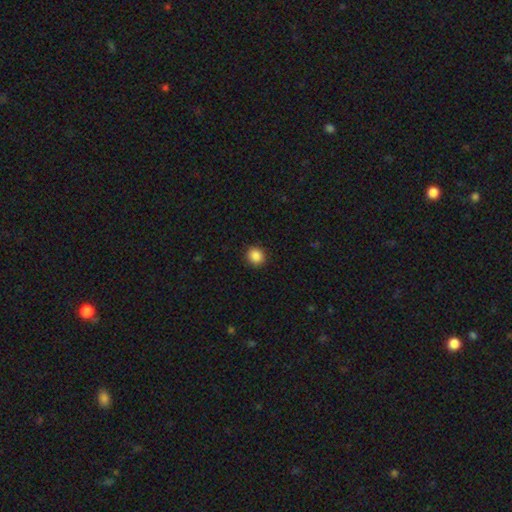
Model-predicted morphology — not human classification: smooth 87%, star or artifact 10%, featured or disk 3%. Down the decision tree: how rounded — round (89%); merging — none (92%).